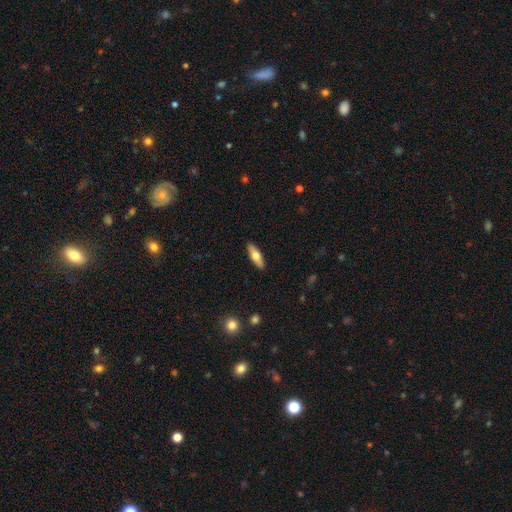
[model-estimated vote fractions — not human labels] Smooth or featured? smooth (57%)
How rounded? in between (50%)
Merging? none (90%)